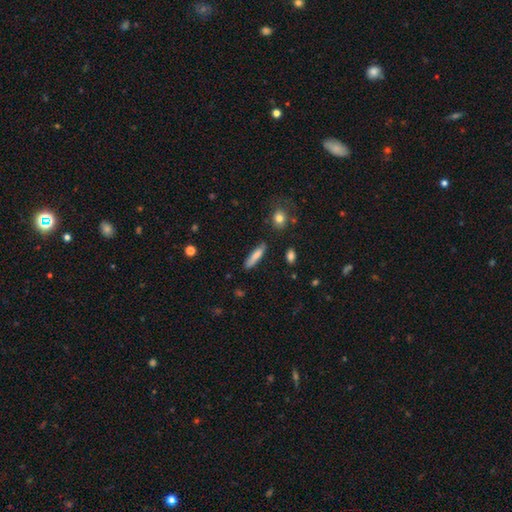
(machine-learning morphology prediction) Smooth or featured? smooth (78%)
How rounded? cigar-shaped (82%)
Merging? none (83%)